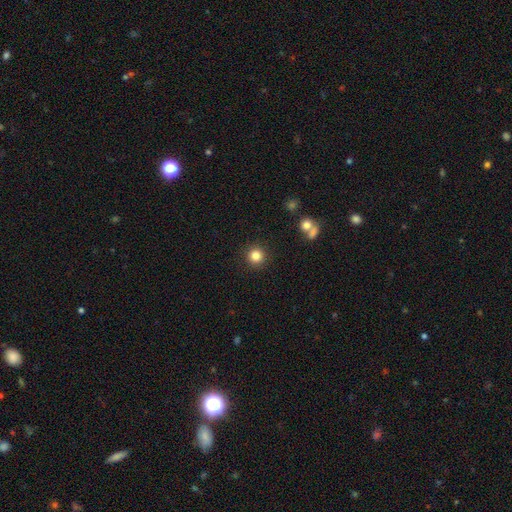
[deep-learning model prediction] Smooth or featured: smooth — 84% (star or artifact — 11%)
How rounded: round — 95% (in between — 4%)
Merging: none — 91% (minor disturbance — 5%)